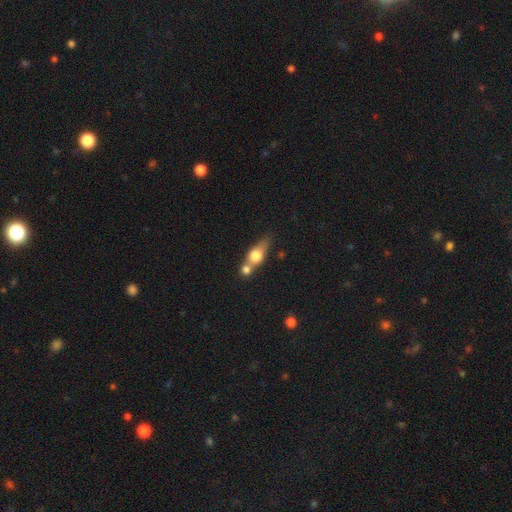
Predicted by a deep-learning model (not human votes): Smooth or featured: smooth — 62% (featured or disk — 29%)
How rounded: in between — 47% (round — 33%)
Merging: merger — 55% (none — 27%)